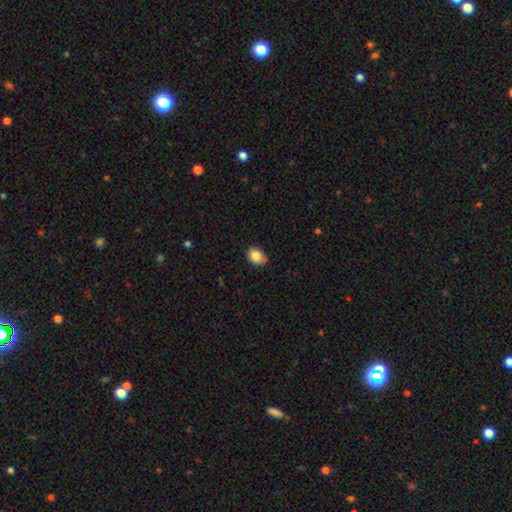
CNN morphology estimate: Smooth or featured: smooth — 85% (star or artifact — 9%)
How rounded: in between — 51% (round — 48%)
Merging: none — 74% (minor disturbance — 21%)